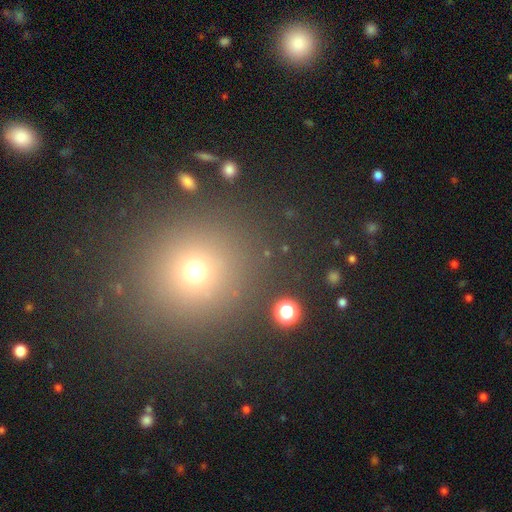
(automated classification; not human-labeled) Q: Smooth or featured?
A: smooth (59%); runner-up: star or artifact (33%)
Q: How rounded?
A: round (92%); runner-up: in between (7%)
Q: Merging?
A: none (89%); runner-up: minor disturbance (6%)